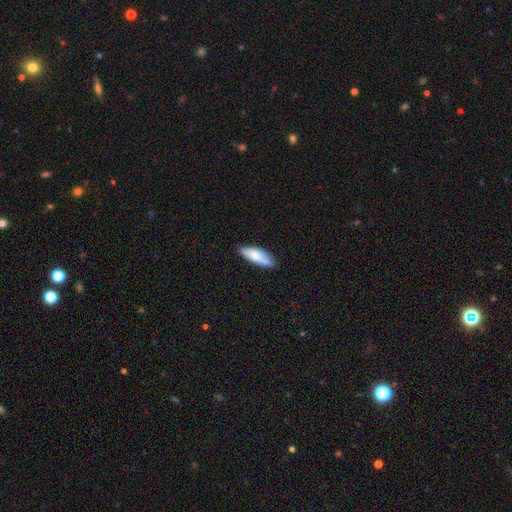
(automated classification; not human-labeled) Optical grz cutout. It shows a smooth galaxy with no disk features (75%) that is in between round and cigar-shaped (53%). Merging: none (77%).